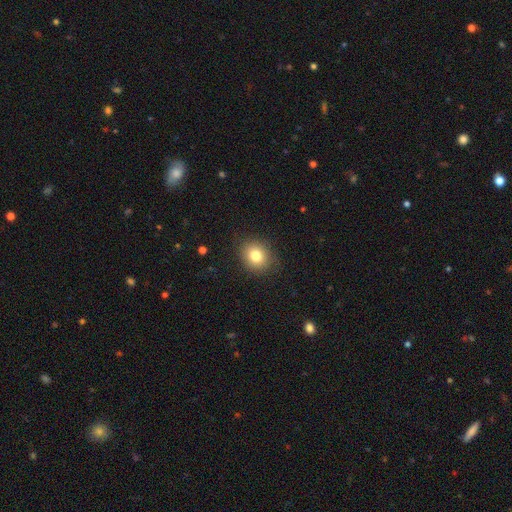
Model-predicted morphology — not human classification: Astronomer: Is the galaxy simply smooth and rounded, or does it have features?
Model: smooth — 81%.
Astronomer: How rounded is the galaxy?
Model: round — 69%.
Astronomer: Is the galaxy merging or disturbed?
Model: none — 86%.